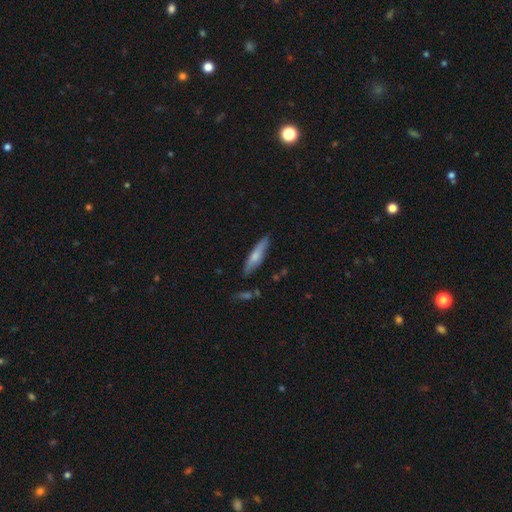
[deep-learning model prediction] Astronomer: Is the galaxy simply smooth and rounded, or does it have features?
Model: smooth — 61%.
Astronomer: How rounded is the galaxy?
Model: cigar-shaped — 82%.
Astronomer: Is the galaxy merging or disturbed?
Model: none — 83%.